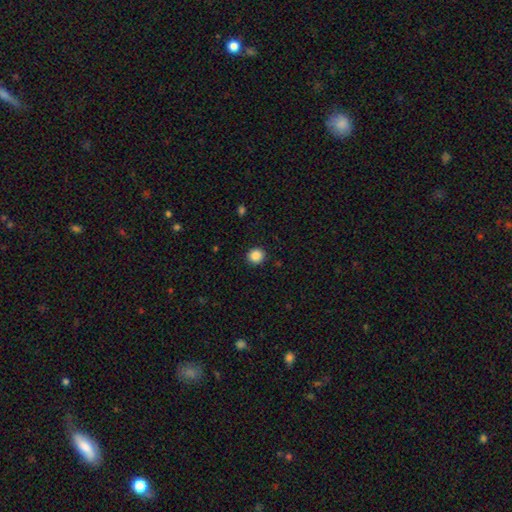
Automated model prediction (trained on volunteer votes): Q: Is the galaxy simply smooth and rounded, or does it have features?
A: smooth — 87%.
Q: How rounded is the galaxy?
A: round — 92%.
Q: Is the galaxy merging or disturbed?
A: none — 92%.